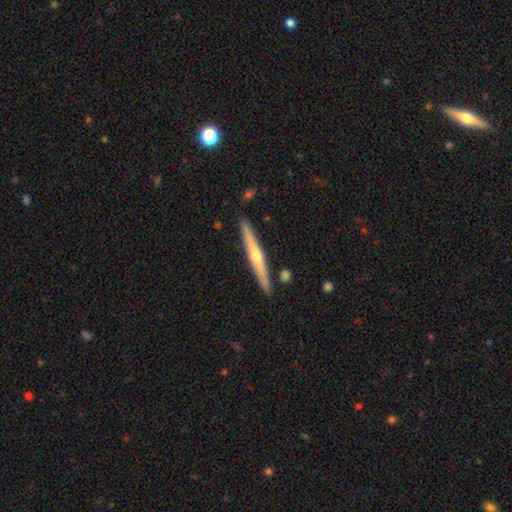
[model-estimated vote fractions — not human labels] Smooth or featured?
  - featured or disk: 68% *
  - smooth: 26%
  - star or artifact: 6%
Edge-on disk?
  - yes: 97% *
  - no: 3%
Edge-on bulge?
  - rounded: 86% *
  - none: 12%
  - boxy: 2%
Merging?
  - none: 90% *
  - minor disturbance: 7%
  - merger: 2%
  - major disturbance: 1%